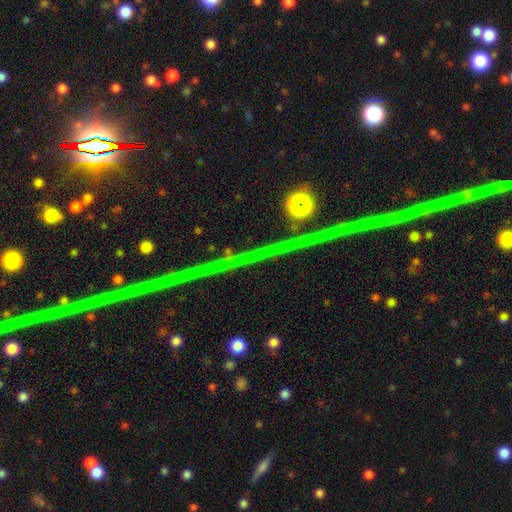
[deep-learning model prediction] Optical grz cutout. It shows a star or artifact, not a galaxy (75%).